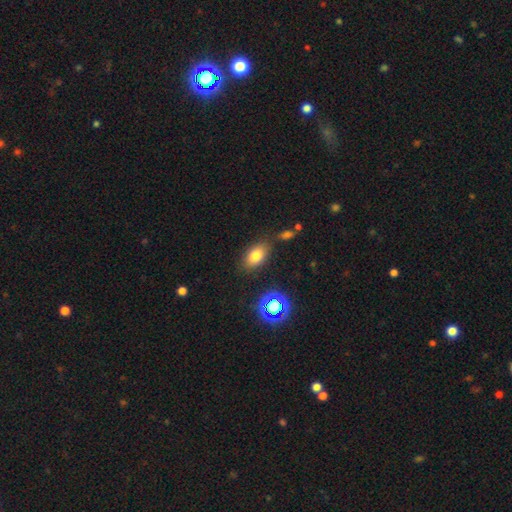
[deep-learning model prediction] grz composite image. It shows a smooth galaxy with no disk features (77%) that is in between round and cigar-shaped (84%). Merging: none (79%).